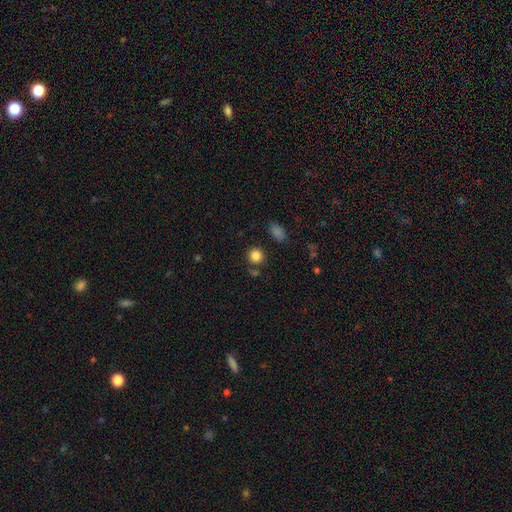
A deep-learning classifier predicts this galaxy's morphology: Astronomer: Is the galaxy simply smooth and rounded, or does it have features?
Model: smooth — 84%.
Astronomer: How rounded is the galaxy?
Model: round — 89%.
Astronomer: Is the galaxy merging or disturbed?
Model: none — 79%.